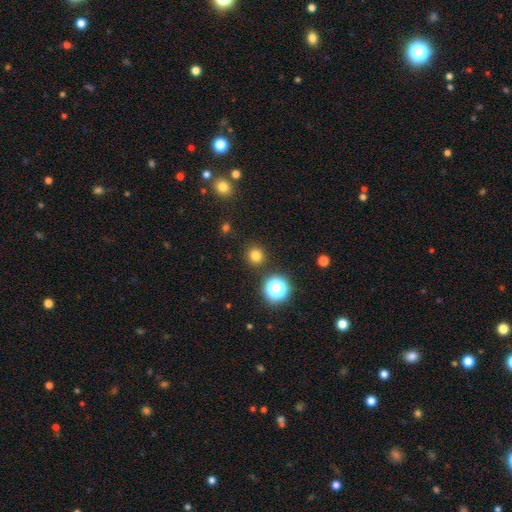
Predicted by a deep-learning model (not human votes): This is likely a smooth galaxy (77%). How rounded: clearly round (95%). Merging: clearly none (90%).